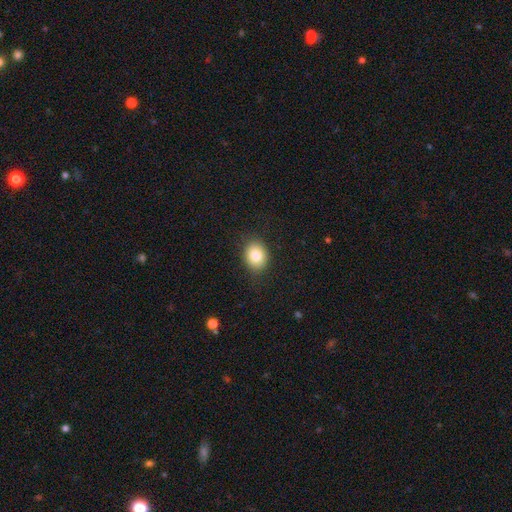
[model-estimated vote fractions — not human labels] smooth-or-featured: smooth: 81% | featured or disk: 10% | star or artifact: 9%
  how-rounded: in between: 52% | round: 47% | cigar-shaped: 1%
  merging: none: 86% | minor disturbance: 10% | major disturbance: 3% | merger: 1%